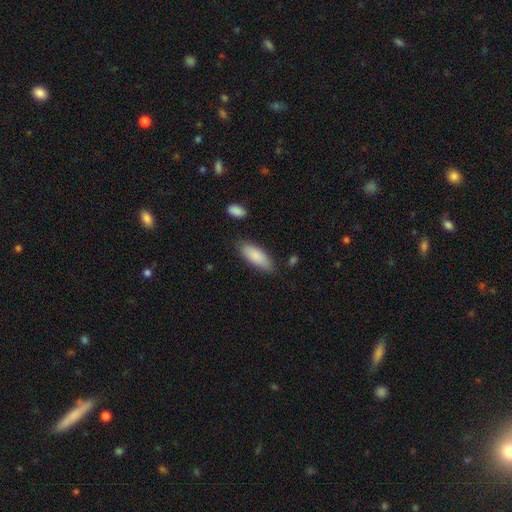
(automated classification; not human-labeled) Q: Smooth or featured?
A: smooth (87%); runner-up: featured or disk (8%)
Q: How rounded?
A: in between (74%); runner-up: cigar-shaped (25%)
Q: Merging?
A: none (80%); runner-up: minor disturbance (14%)